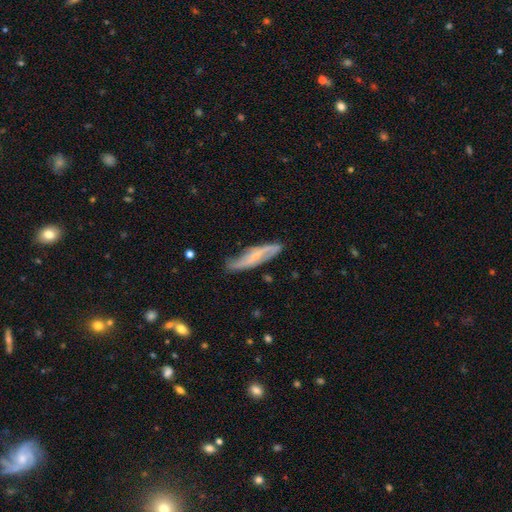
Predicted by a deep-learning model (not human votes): A featured or disk galaxy (70%). Merging: none (70%).